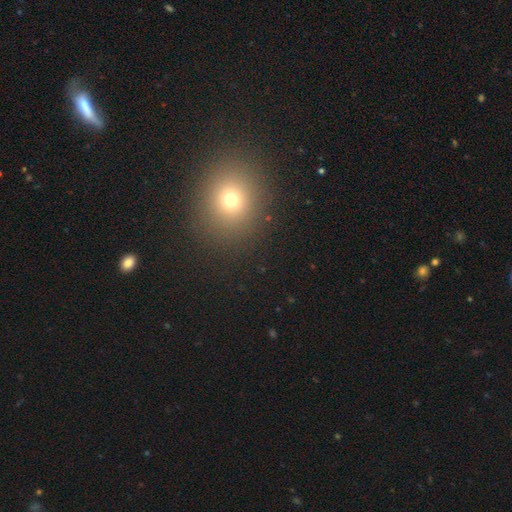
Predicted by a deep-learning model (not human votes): A smooth galaxy with no disk features (66%) that is round (75%). Merging: none (92%).